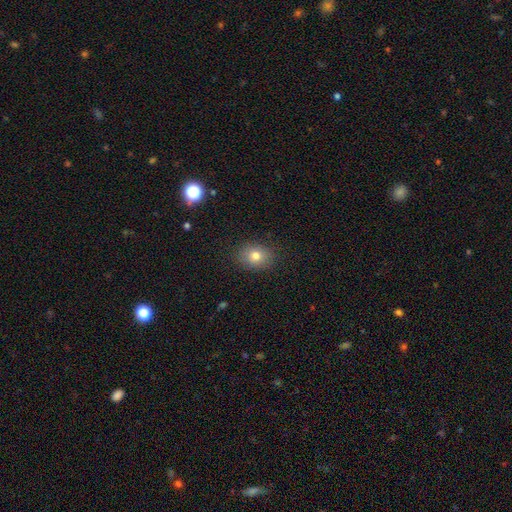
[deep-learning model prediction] A smooth galaxy with no disk features (78%) that is in between round and cigar-shaped (51%).

Vote fractions:
- Smooth or featured? smooth: 78% / star or artifact: 12% / featured or disk: 11%
- How rounded? in between: 51% / round: 48% / cigar-shaped: 1%
- Merging? none: 87% / minor disturbance: 9% / major disturbance: 3% / merger: 1%